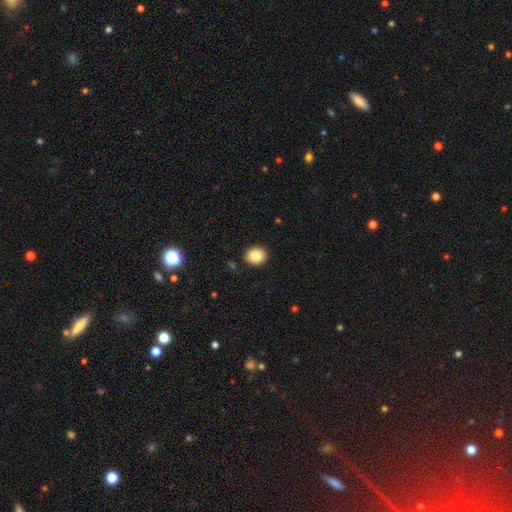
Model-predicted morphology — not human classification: A smooth galaxy with no disk features (85%) that is round (62%). Merging: none (90%).